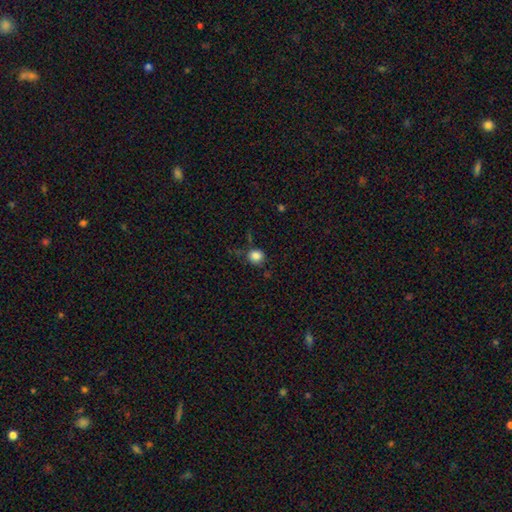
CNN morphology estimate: Smooth or featured: smooth — 85% (star or artifact — 11%)
How rounded: round — 85% (in between — 14%)
Merging: none — 71% (minor disturbance — 18%)